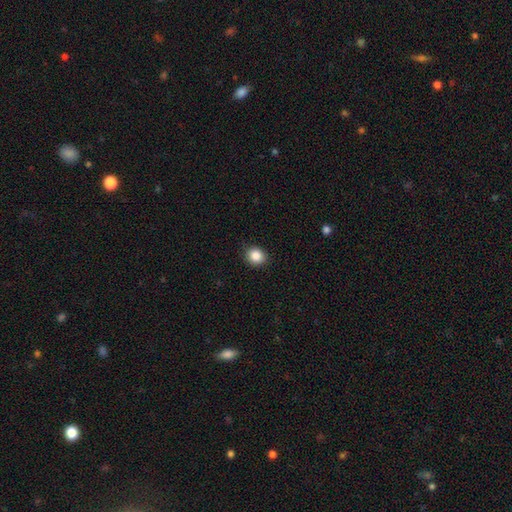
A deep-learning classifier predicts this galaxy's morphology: smooth-or-featured: smooth: 87% | star or artifact: 10% | featured or disk: 4%
  how-rounded: round: 79% | in between: 20% | cigar-shaped: 1%
  merging: none: 88% | minor disturbance: 9% | major disturbance: 2% | merger: 1%